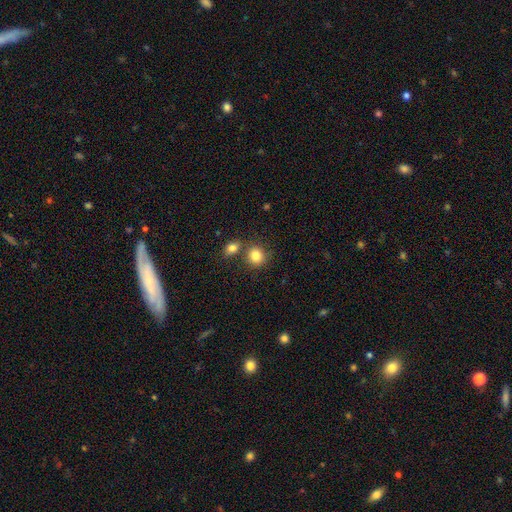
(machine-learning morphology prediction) This appears to be a smooth galaxy with no disk features (83%) that is round (73%). Merging: none (63%).